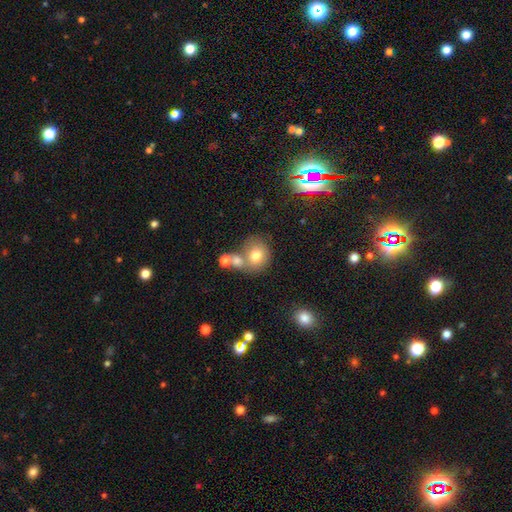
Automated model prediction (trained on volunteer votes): Q: Smooth or featured?
A: smooth (73%); runner-up: featured or disk (16%)
Q: How rounded?
A: round (72%); runner-up: in between (27%)
Q: Merging?
A: none (42%); runner-up: merger (39%)